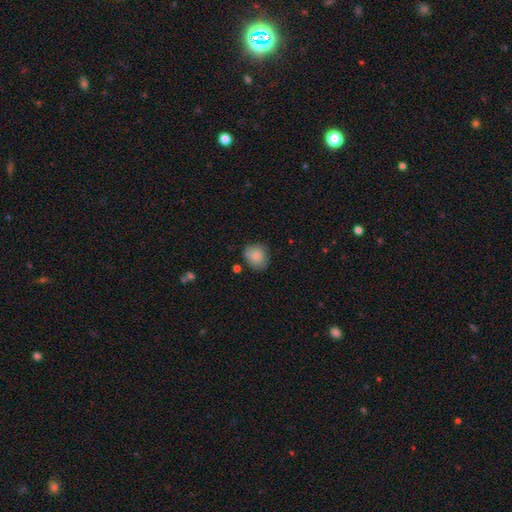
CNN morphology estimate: Smooth or featured?
  - smooth: 83% *
  - featured or disk: 9%
  - star or artifact: 8%
How rounded?
  - round: 72% *
  - in between: 27%
  - cigar-shaped: 1%
Merging?
  - none: 72% *
  - minor disturbance: 20%
  - major disturbance: 4%
  - merger: 4%